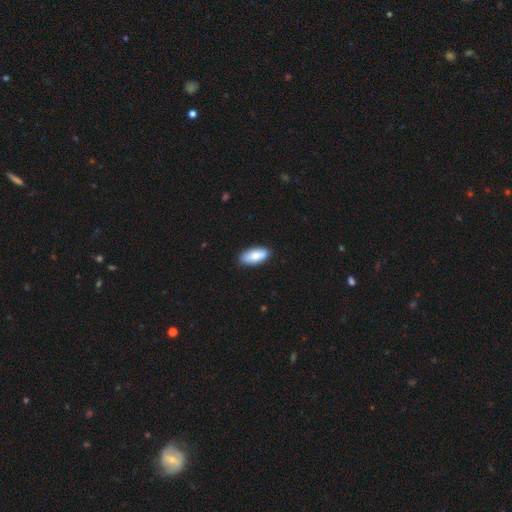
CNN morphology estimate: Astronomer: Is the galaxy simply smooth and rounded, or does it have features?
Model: smooth — 81%.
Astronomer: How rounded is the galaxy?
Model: in between — 86%.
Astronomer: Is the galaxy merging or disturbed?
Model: none — 88%.